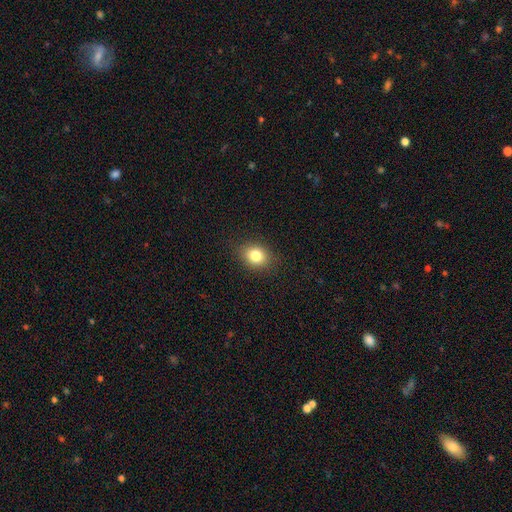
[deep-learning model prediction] A smooth galaxy with no disk features (81%) that is round (51%).

Vote fractions:
- Smooth or featured? smooth: 81% / star or artifact: 11% / featured or disk: 8%
- How rounded? round: 51% / in between: 47% / cigar-shaped: 1%
- Merging? none: 87% / minor disturbance: 9% / major disturbance: 3% / merger: 1%